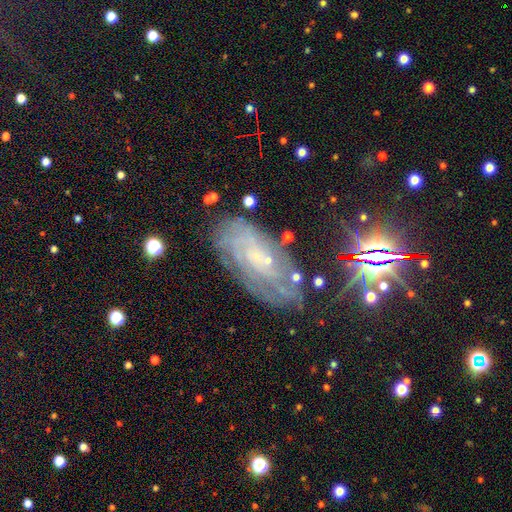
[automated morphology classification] Smooth or featured? featured or disk (70%)
Edge-on disk? no (91%)
Bar? no (62%)
Spiral arms? yes (91%)
Spiral winding? tight (70%)
Spiral arm count? can't tell (56%)
Bulge size? small (74%)
Merging? none (73%)